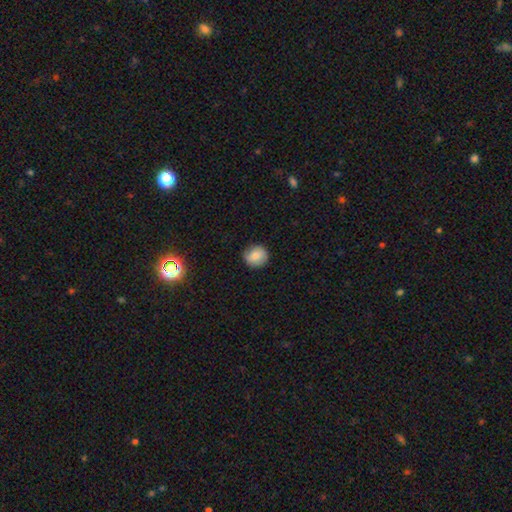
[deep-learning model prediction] Smooth or featured? smooth (80%)
How rounded? round (87%)
Merging? none (86%)